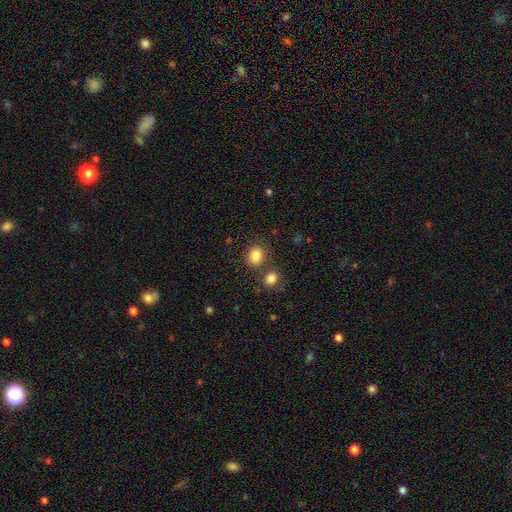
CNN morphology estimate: smooth-or-featured: smooth: 84% | star or artifact: 11% | featured or disk: 5%
  how-rounded: round: 68% | in between: 32% | cigar-shaped: 1%
  merging: none: 74% | merger: 14% | minor disturbance: 9% | major disturbance: 3%